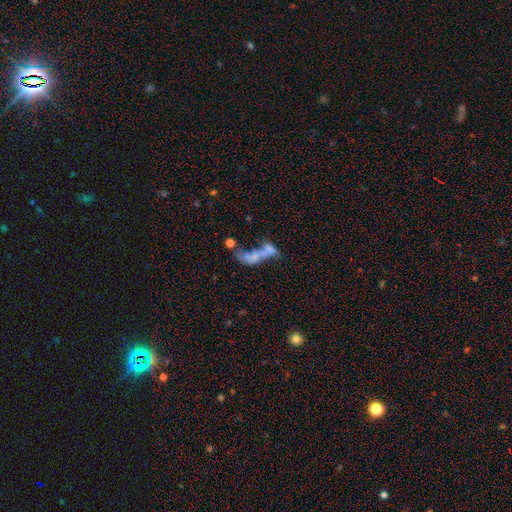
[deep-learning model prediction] The model was most divided on "smooth or featured": featured or disk: 44%, smooth: 39%, star or artifact: 17%. More confident: merging — merger (53%).